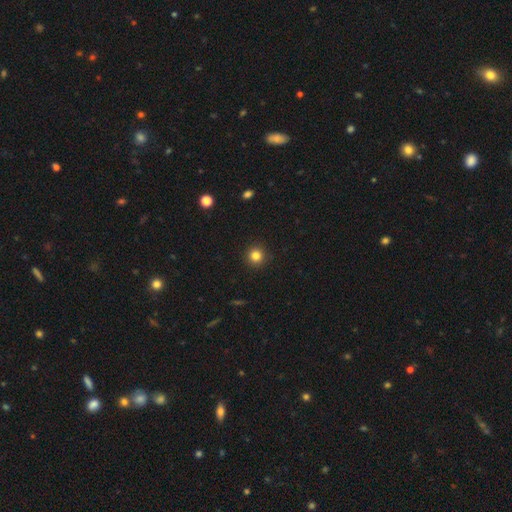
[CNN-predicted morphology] A smooth galaxy with no disk features (82%) that is round (95%).

Vote fractions:
- Smooth or featured? smooth: 82% / star or artifact: 12% / featured or disk: 5%
- How rounded? round: 95% / in between: 4% / cigar-shaped: 1%
- Merging? none: 92% / minor disturbance: 5% / major disturbance: 2% / merger: 1%